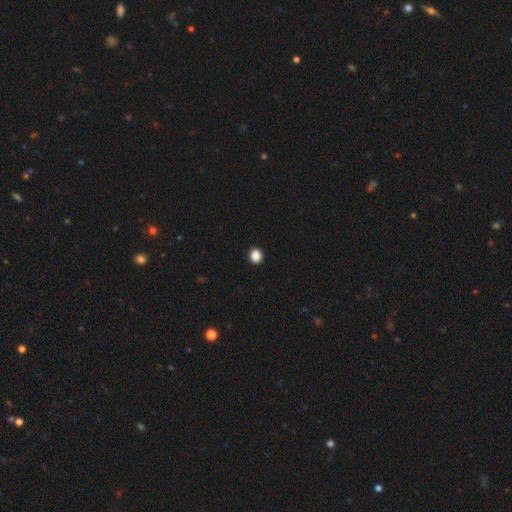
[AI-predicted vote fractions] Overall: smooth (88%). How rounded: round (73%). Merging: none (92%).